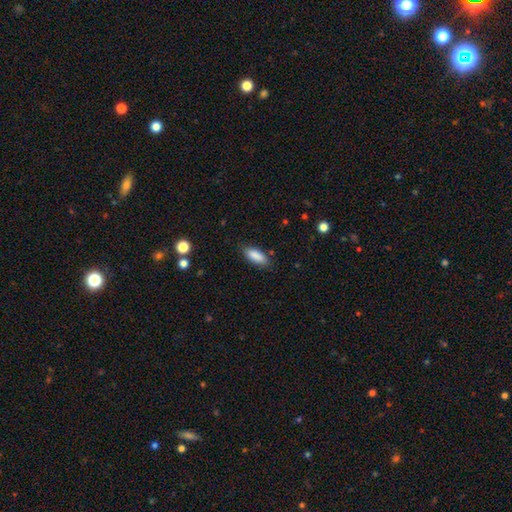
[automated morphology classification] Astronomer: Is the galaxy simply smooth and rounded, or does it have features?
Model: smooth — 88%.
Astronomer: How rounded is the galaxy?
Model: in between — 78%.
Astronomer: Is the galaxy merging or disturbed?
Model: none — 84%.